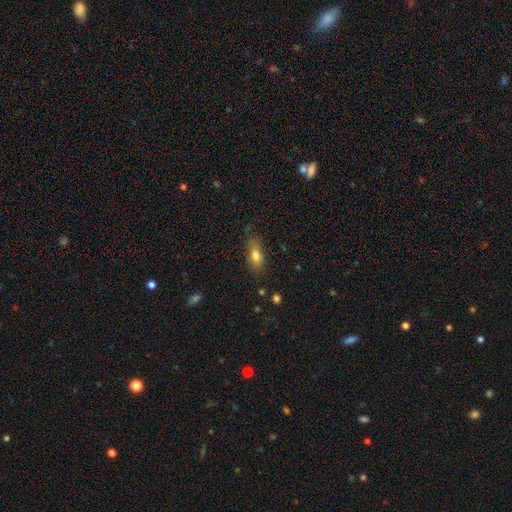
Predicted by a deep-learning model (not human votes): Overall: smooth (76%). How rounded: in between (71%). Merging: none (68%).